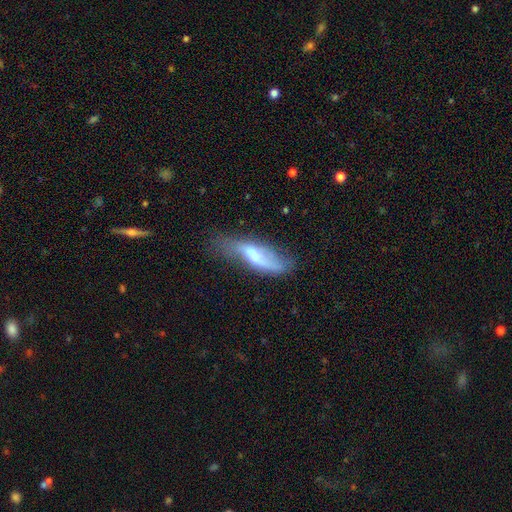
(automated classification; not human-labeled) Smooth or featured?
  - smooth: 47% *
  - featured or disk: 45%
  - star or artifact: 7%
Merging?
  - none: 46% *
  - minor disturbance: 32%
  - major disturbance: 17%
  - merger: 4%